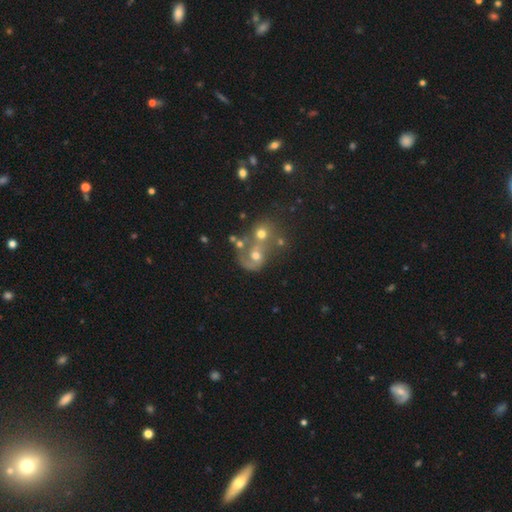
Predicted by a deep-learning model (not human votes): Smooth or featured? Predicted: featured or disk (p=0.50). Edge-on disk? Predicted: no (p=0.97). Merging? Predicted: merger (p=0.60).